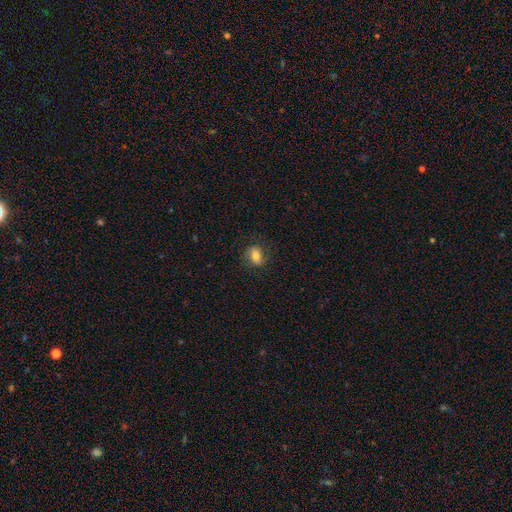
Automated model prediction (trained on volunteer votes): A smooth galaxy with no disk features (67%) that is in between round and cigar-shaped (57%).

Vote fractions:
- Smooth or featured? smooth: 67% / featured or disk: 23% / star or artifact: 10%
- How rounded? in between: 57% / round: 41% / cigar-shaped: 2%
- Merging? none: 76% / minor disturbance: 16% / major disturbance: 7% / merger: 1%